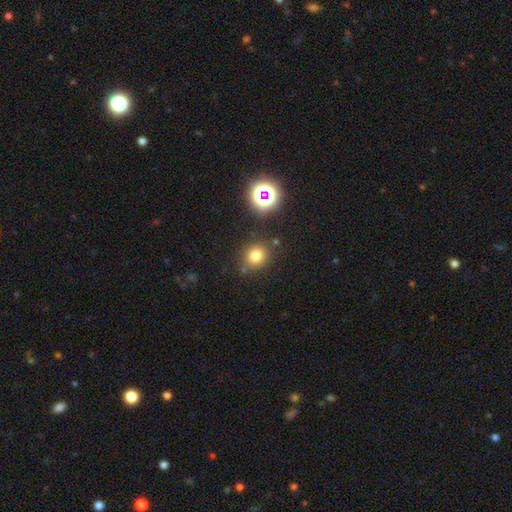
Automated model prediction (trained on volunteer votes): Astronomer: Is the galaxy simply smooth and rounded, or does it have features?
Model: smooth — 75%.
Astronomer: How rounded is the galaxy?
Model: round — 82%.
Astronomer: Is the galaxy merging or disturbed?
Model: none — 78%.